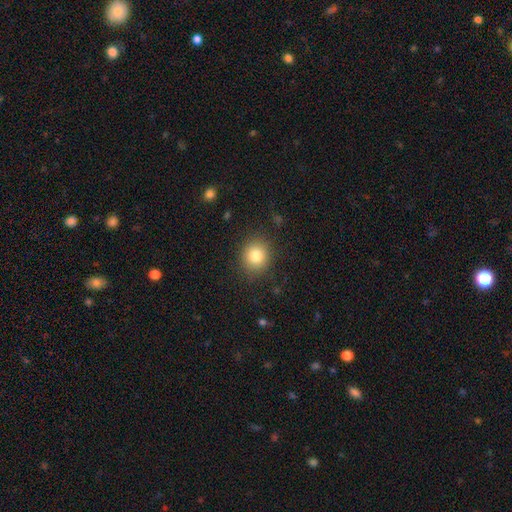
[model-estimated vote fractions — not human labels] Smooth or featured? Predicted: smooth (p=0.82). How rounded? Predicted: round (p=0.82). Merging? Predicted: none (p=0.87).